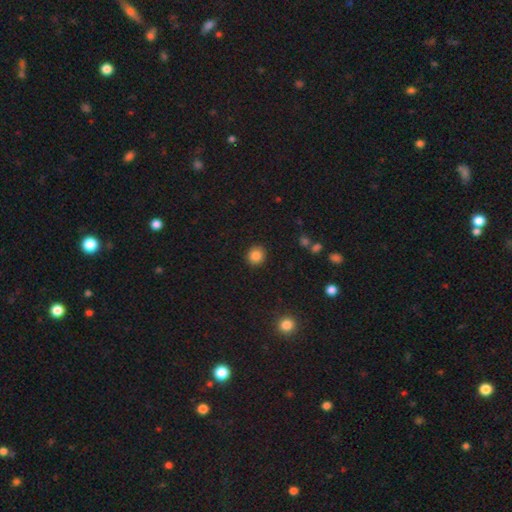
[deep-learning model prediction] Morphology: type=smooth (85%); roundness=round (86%); merging=none (91%).